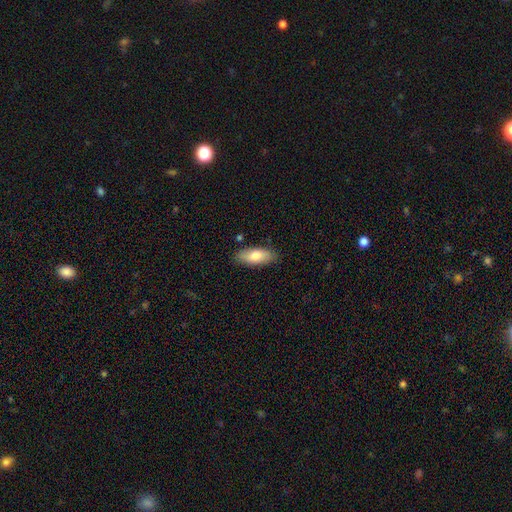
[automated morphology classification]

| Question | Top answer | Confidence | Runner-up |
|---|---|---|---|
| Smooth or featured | smooth | 77% | featured or disk (17%) |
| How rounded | in between | 82% | cigar-shaped (16%) |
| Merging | none | 85% | minor disturbance (11%) |